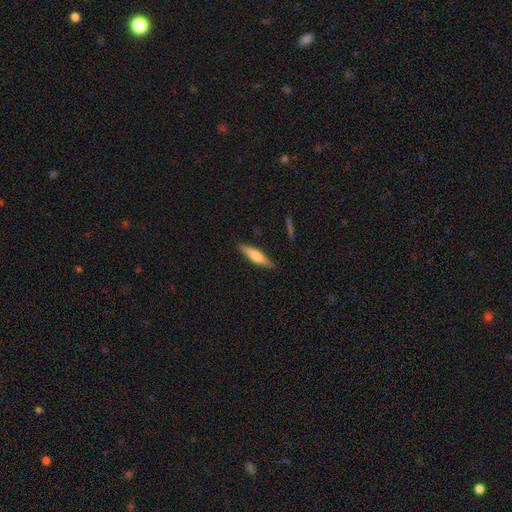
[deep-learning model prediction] Morphology: type=smooth (56%); roundness=cigar-shaped (75%); merging=none (87%).